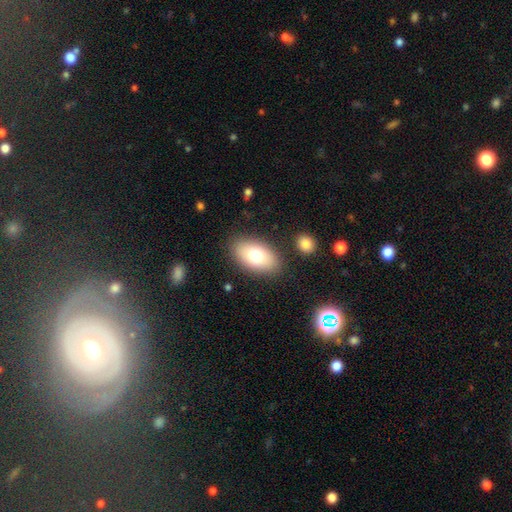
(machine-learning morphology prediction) A smooth galaxy with no disk features (76%) that is in between round and cigar-shaped (93%). Merging: none (84%).